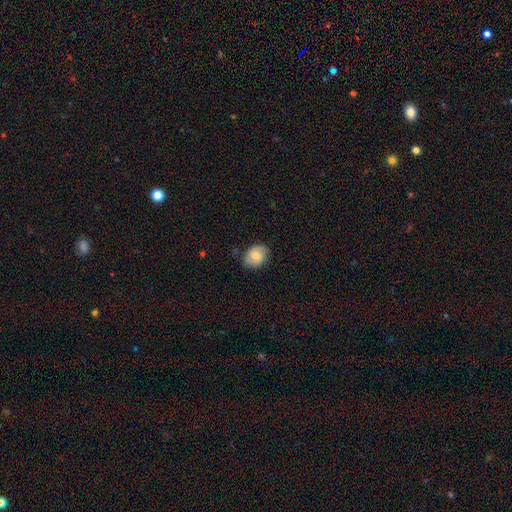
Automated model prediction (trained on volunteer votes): smooth 47%, featured or disk 45%, star or artifact 8%. Down the decision tree: merging — none (74%).